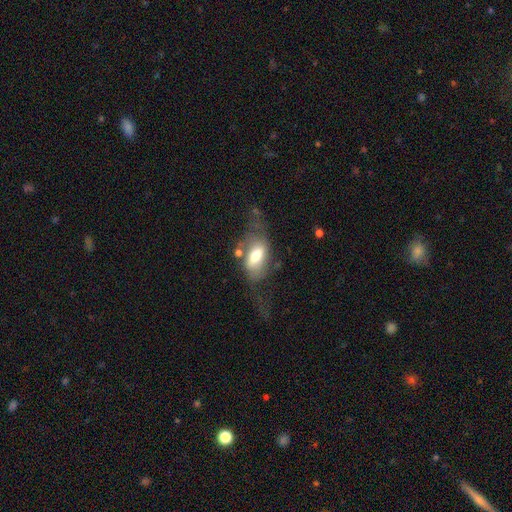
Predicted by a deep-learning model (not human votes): Smooth or featured? smooth (51%)
How rounded? in between (87%)
Merging? none (35%)